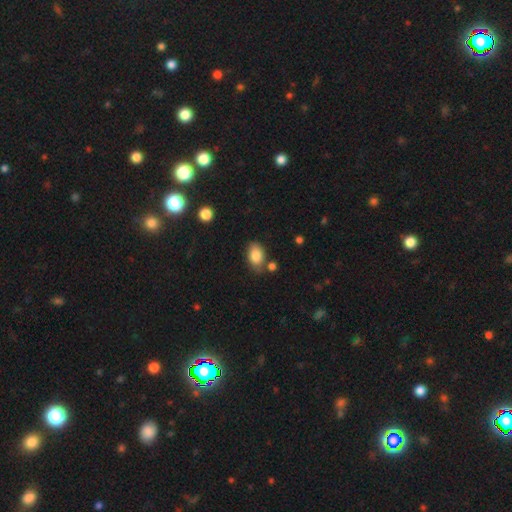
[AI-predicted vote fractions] Overall: smooth (85%). How rounded: in between (87%). Merging: none (69%).